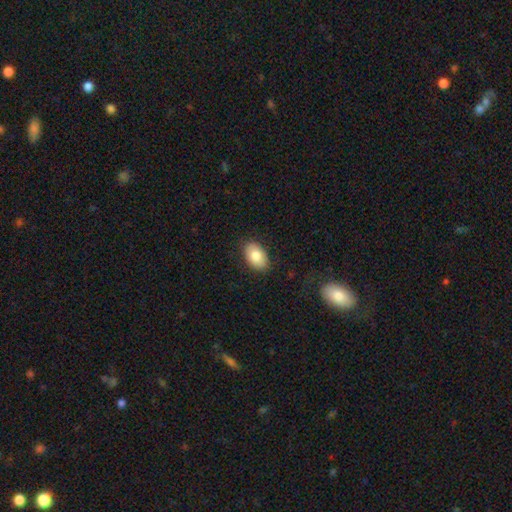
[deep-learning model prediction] Smooth or featured? Predicted: smooth (p=0.82). How rounded? Predicted: in between (p=0.89). Merging? Predicted: none (p=0.86).